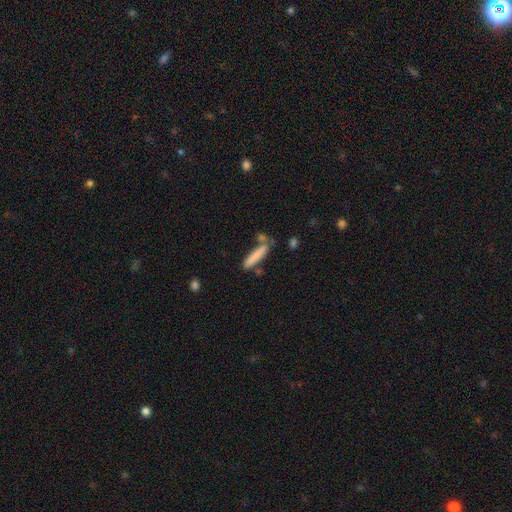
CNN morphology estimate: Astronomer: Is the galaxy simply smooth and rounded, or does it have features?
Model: smooth — 79%.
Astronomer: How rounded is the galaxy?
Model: cigar-shaped — 88%.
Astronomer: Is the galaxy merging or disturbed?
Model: none — 67%.